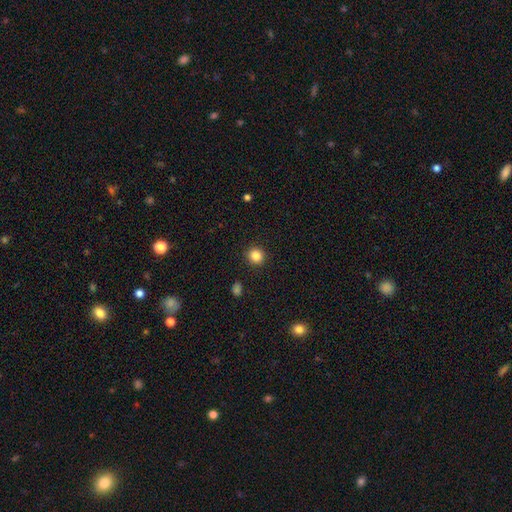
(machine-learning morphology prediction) A smooth galaxy with no disk features (85%) that is round (89%).

Vote fractions:
- Smooth or featured? smooth: 85% / star or artifact: 11% / featured or disk: 4%
- How rounded? round: 89% / in between: 10% / cigar-shaped: 1%
- Merging? none: 91% / minor disturbance: 5% / major disturbance: 2% / merger: 1%